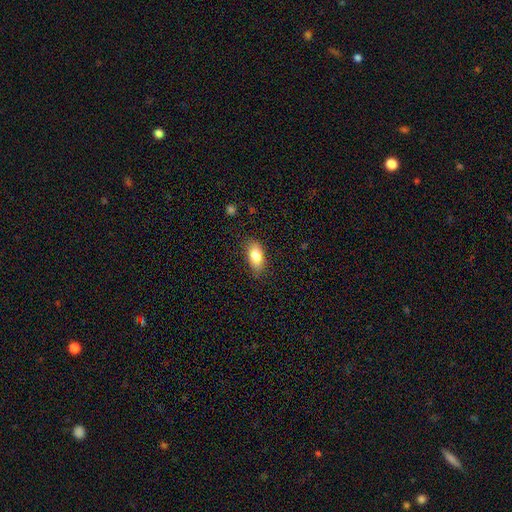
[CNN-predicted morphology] smooth-or-featured: smooth: 82% | featured or disk: 11% | star or artifact: 8%
  how-rounded: in between: 89% | round: 6% | cigar-shaped: 5%
  merging: none: 81% | minor disturbance: 14% | major disturbance: 3% | merger: 1%